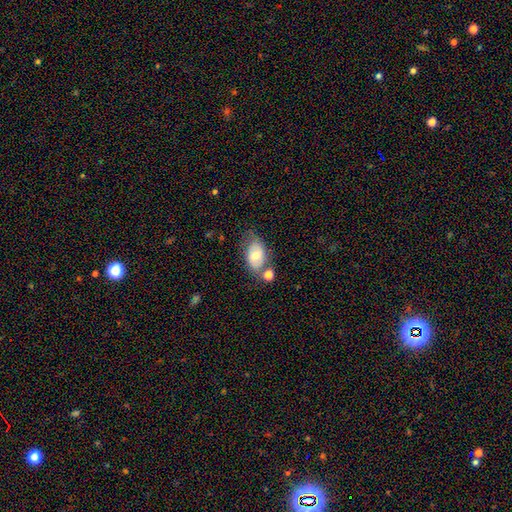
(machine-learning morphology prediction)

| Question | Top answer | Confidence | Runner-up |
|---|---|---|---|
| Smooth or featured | smooth | 65% | featured or disk (27%) |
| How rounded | in between | 87% | round (11%) |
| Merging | none | 49% | minor disturbance (23%) |